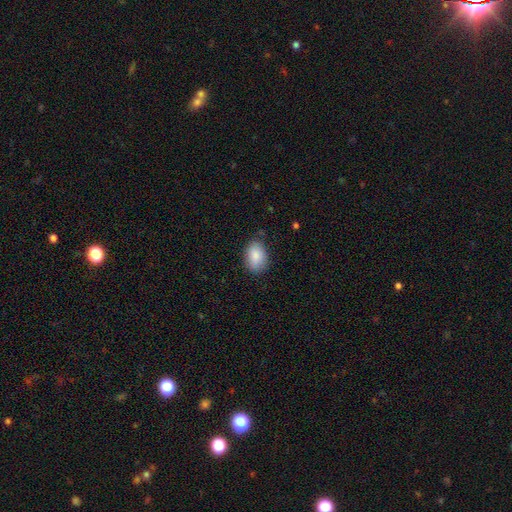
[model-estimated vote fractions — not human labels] smooth 86%, star or artifact 7%, featured or disk 7%. Down the decision tree: how rounded — in between (86%); merging — none (78%).